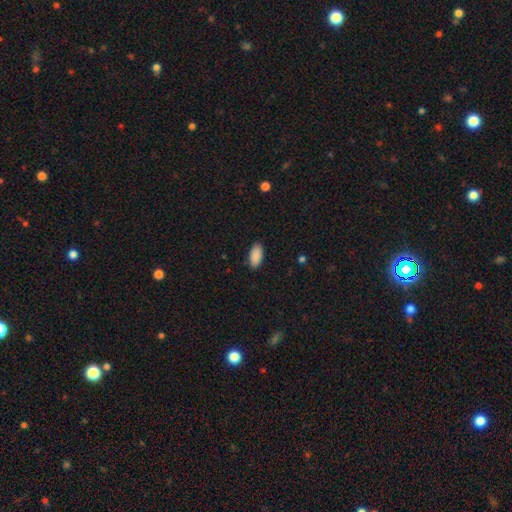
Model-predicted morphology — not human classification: Smooth or featured? smooth (90%)
How rounded? in between (93%)
Merging? none (88%)